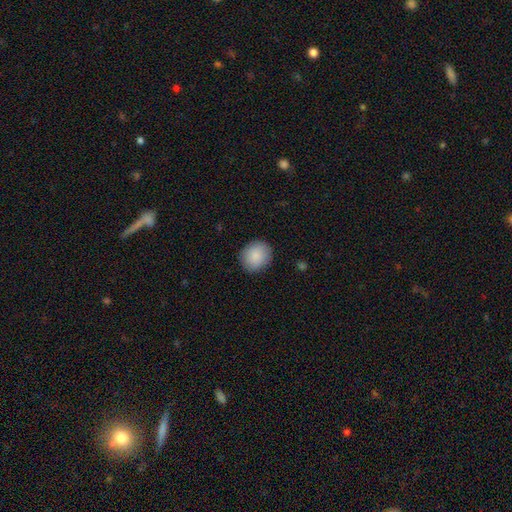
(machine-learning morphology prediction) Smooth or featured? Predicted: smooth (p=0.89). How rounded? Predicted: round (p=0.80). Merging? Predicted: none (p=0.88).